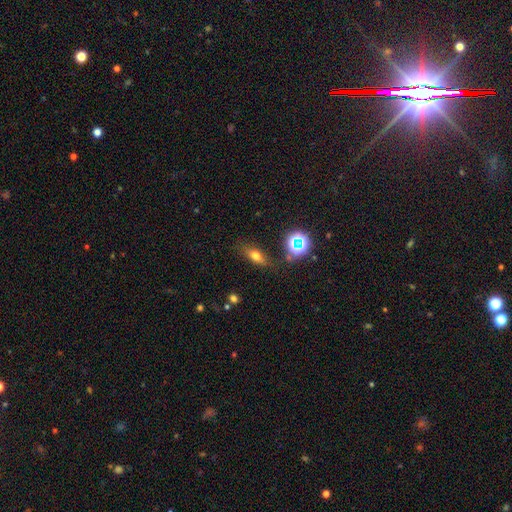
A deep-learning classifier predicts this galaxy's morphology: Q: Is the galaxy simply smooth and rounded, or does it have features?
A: smooth — 62%.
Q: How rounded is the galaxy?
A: in between — 62%.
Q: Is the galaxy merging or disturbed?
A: none — 76%.